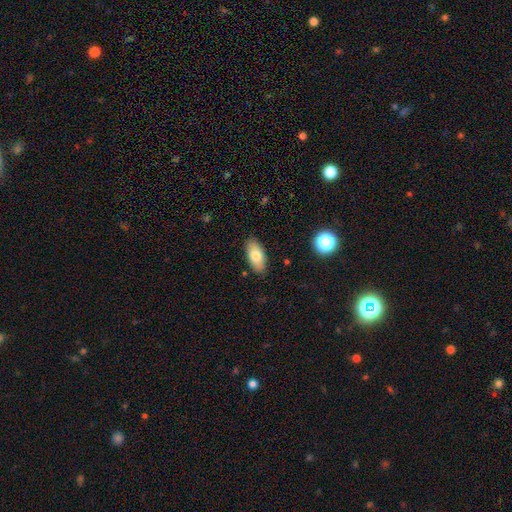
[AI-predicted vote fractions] Q: Smooth or featured?
A: smooth (79%); runner-up: featured or disk (14%)
Q: How rounded?
A: in between (90%); runner-up: cigar-shaped (7%)
Q: Merging?
A: none (86%); runner-up: minor disturbance (10%)